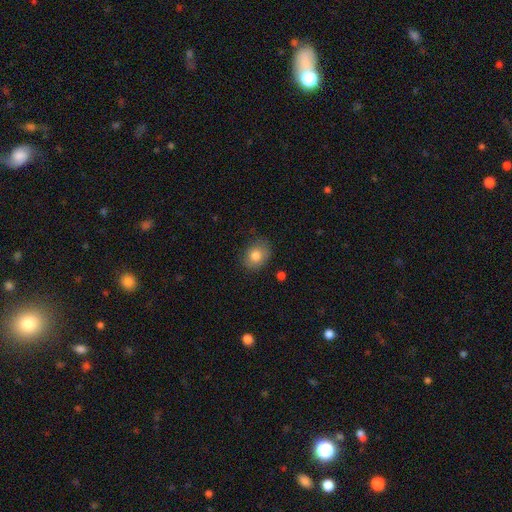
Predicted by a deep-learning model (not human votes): Smooth or featured? smooth (80%)
How rounded? in between (50%)
Merging? none (77%)